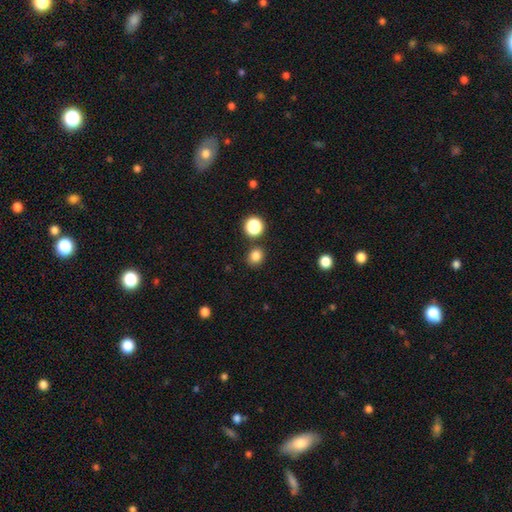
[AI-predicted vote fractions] smooth_or_featured: smooth (p=0.82) [alt: star or artifact p=0.14]
how_rounded: round (p=0.78) [alt: in between p=0.21]
merging: none (p=0.85) [alt: minor disturbance p=0.08]